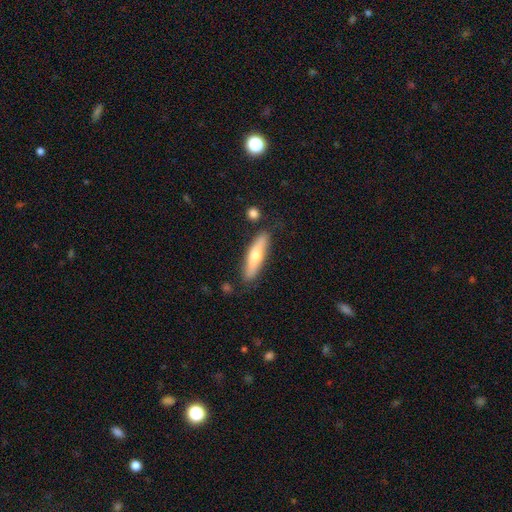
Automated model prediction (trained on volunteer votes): Morphology: type=smooth (55%); roundness=cigar-shaped (75%); merging=none (84%).